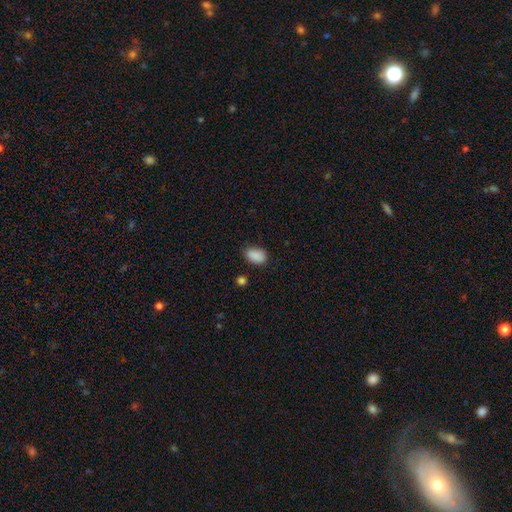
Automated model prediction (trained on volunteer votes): Smooth or featured? Predicted: smooth (p=0.89). How rounded? Predicted: in between (p=0.89). Merging? Predicted: none (p=0.79).